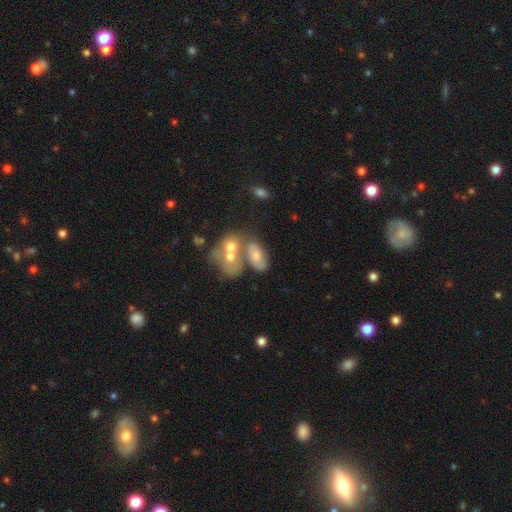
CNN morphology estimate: A smooth galaxy with no disk features (58%) that is in between round and cigar-shaped (87%).

Vote fractions:
- Smooth or featured? smooth: 58% / featured or disk: 31% / star or artifact: 11%
- How rounded? in between: 87% / round: 10% / cigar-shaped: 3%
- Merging? merger: 52% / none: 26% / minor disturbance: 13% / major disturbance: 9%